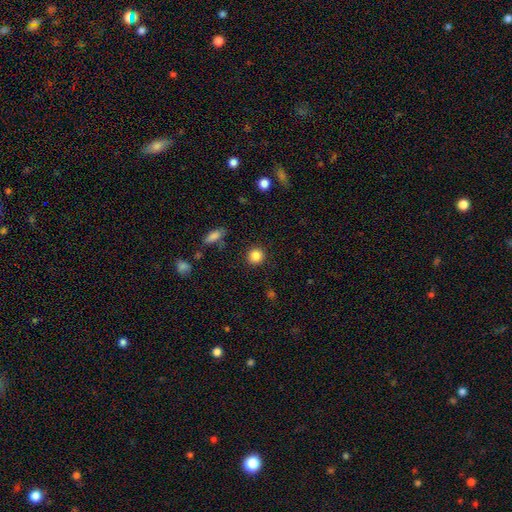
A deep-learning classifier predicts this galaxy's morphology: Smooth or featured: smooth — 85% (star or artifact — 10%)
How rounded: round — 91% (in between — 8%)
Merging: none — 90% (minor disturbance — 6%)